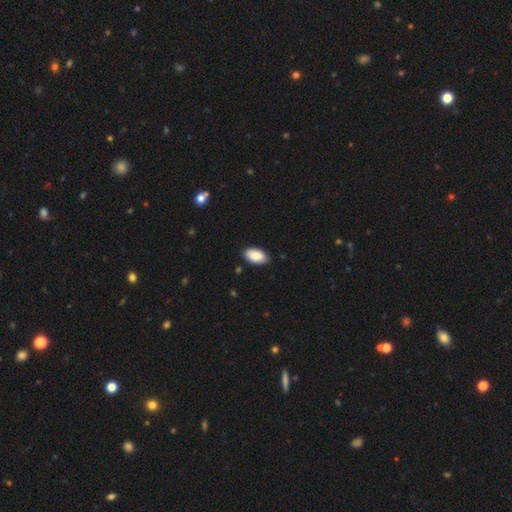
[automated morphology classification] Smooth or featured? Predicted: smooth (p=0.89). How rounded? Predicted: in between (p=0.95). Merging? Predicted: none (p=0.87).